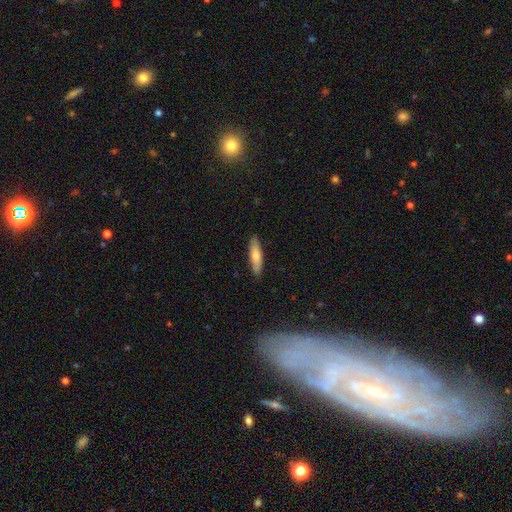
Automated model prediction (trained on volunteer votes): This is likely a smooth galaxy (70%). How rounded: likely cigar-shaped (74%). Merging: clearly none (89%).